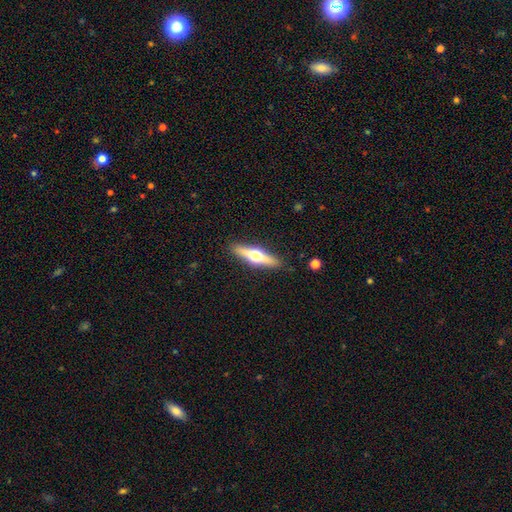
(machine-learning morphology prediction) A featured or disk galaxy (62%) viewed edge-on (96%) with a rounded central bulge (96%). Merging: none (90%).